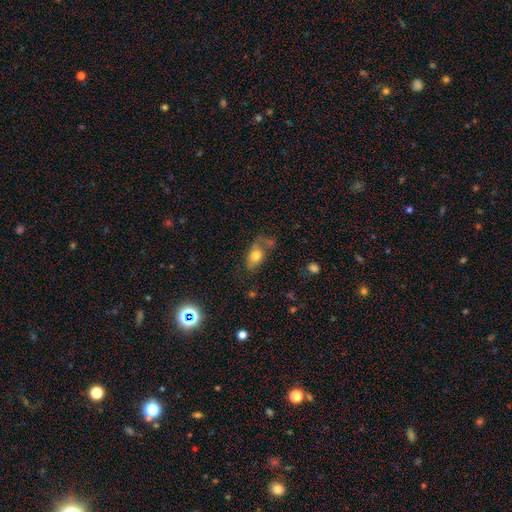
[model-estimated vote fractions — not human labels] The model was most divided on "merging": none: 42%, minor disturbance: 26%, major disturbance: 21%, merger: 11%. More confident: how rounded — in between (83%); smooth or featured — smooth (71%).